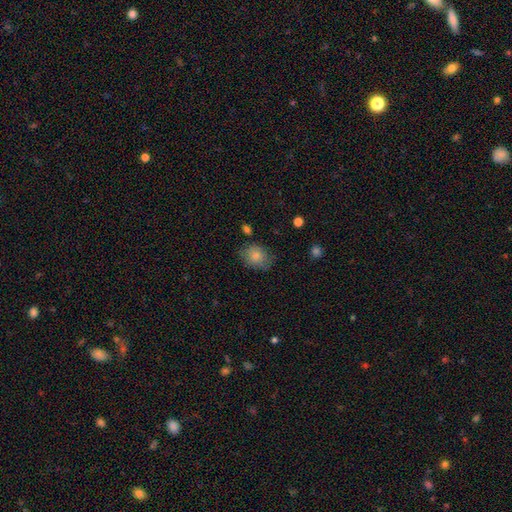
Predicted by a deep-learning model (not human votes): This appears to be a smooth galaxy with no disk features (81%) that is in between round and cigar-shaped (52%). Merging: none (69%).